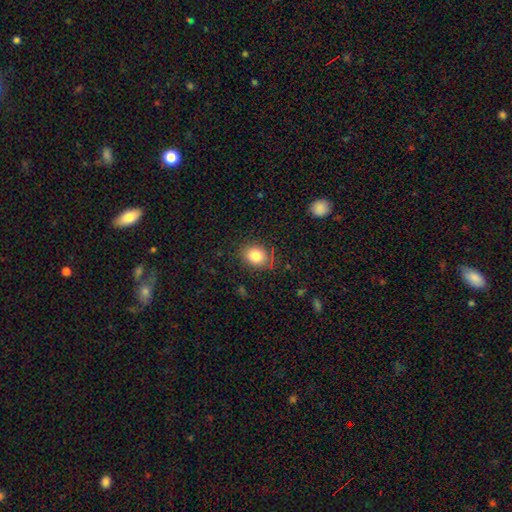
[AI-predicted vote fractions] Smooth or featured? Predicted: smooth (p=0.82). How rounded? Predicted: in between (p=0.57). Merging? Predicted: none (p=0.80).